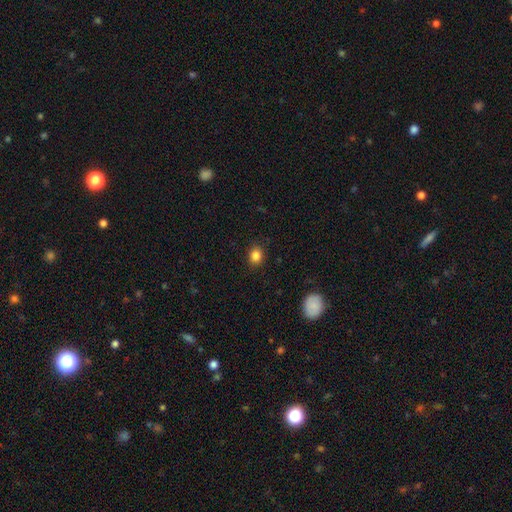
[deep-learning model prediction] A smooth galaxy with no disk features (85%) that is round (59%).

Vote fractions:
- Smooth or featured? smooth: 85% / star or artifact: 11% / featured or disk: 5%
- How rounded? round: 59% / in between: 40% / cigar-shaped: 1%
- Merging? none: 88% / minor disturbance: 9% / major disturbance: 2% / merger: 1%